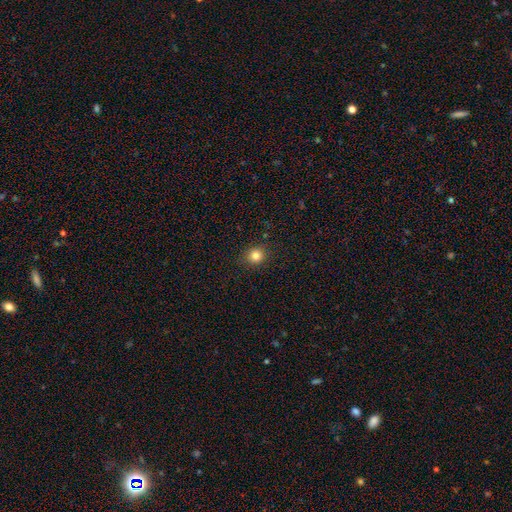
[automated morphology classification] smooth-or-featured: smooth: 82% | star or artifact: 12% | featured or disk: 5%
  how-rounded: round: 86% | in between: 13% | cigar-shaped: 1%
  merging: none: 89% | minor disturbance: 7% | major disturbance: 2% | merger: 1%